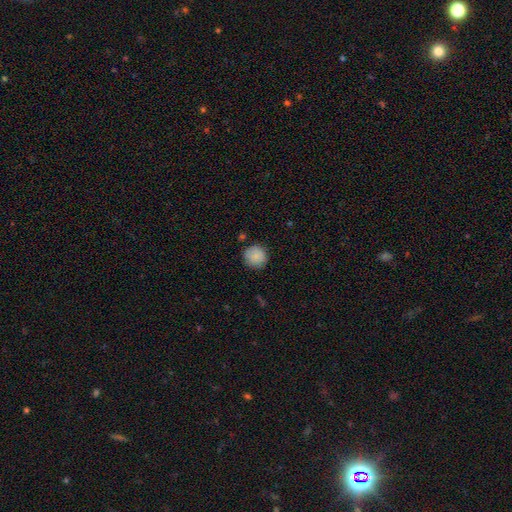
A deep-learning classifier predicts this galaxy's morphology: smooth 85%, star or artifact 8%, featured or disk 7%. Down the decision tree: how rounded — round (93%); merging — none (84%).